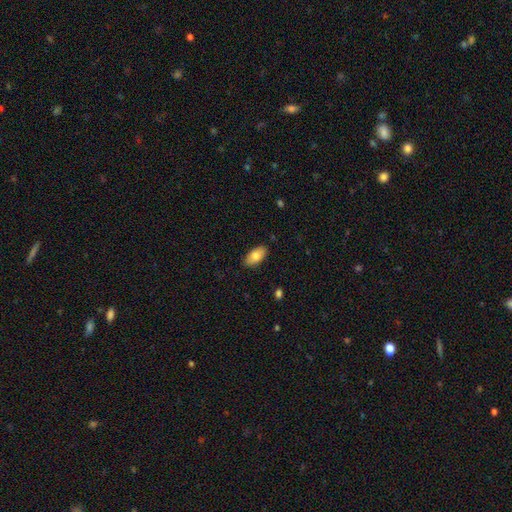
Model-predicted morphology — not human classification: Q: Smooth or featured?
A: smooth (80%); runner-up: featured or disk (13%)
Q: How rounded?
A: in between (93%); runner-up: cigar-shaped (5%)
Q: Merging?
A: none (86%); runner-up: minor disturbance (11%)